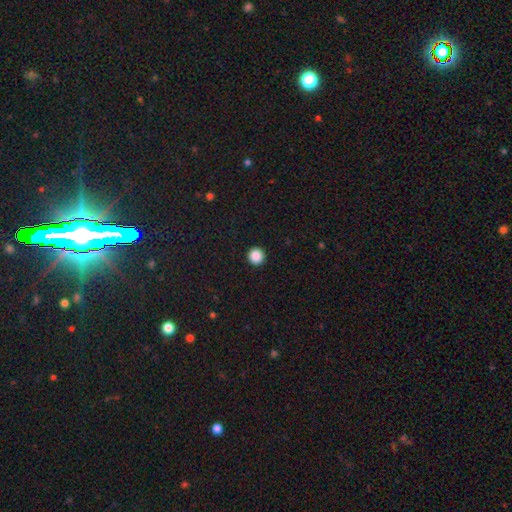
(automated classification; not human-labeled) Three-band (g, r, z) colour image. It shows a smooth galaxy with no disk features (88%) that is round (96%). Merging: none (94%).